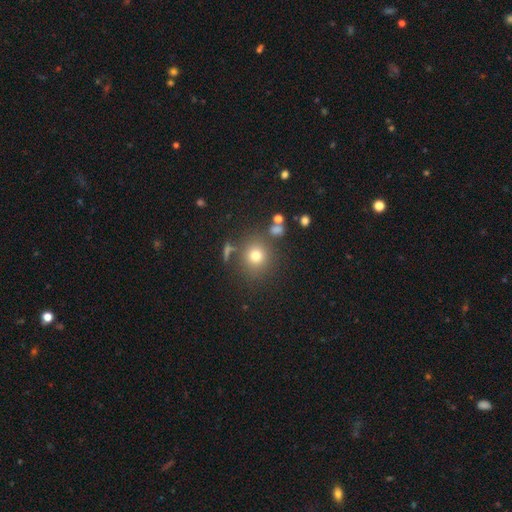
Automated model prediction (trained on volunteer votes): A smooth galaxy with no disk features (74%) that is round (87%).

Vote fractions:
- Smooth or featured? smooth: 74% / star or artifact: 16% / featured or disk: 10%
- How rounded? round: 87% / in between: 12% / cigar-shaped: 1%
- Merging? none: 77% / minor disturbance: 10% / merger: 8% / major disturbance: 5%